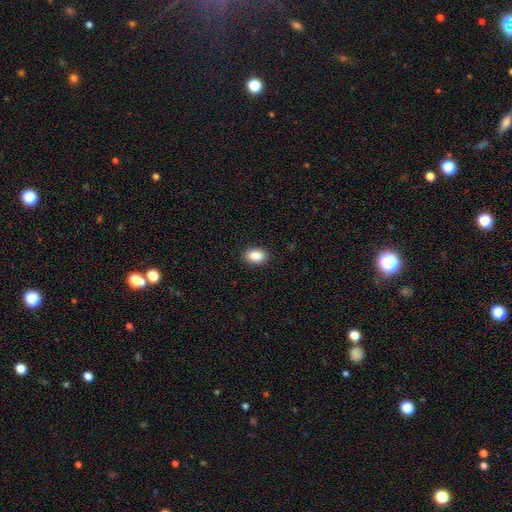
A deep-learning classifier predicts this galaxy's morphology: Smooth or featured: smooth — 89% (star or artifact — 8%)
How rounded: in between — 83% (round — 15%)
Merging: none — 89% (minor disturbance — 8%)